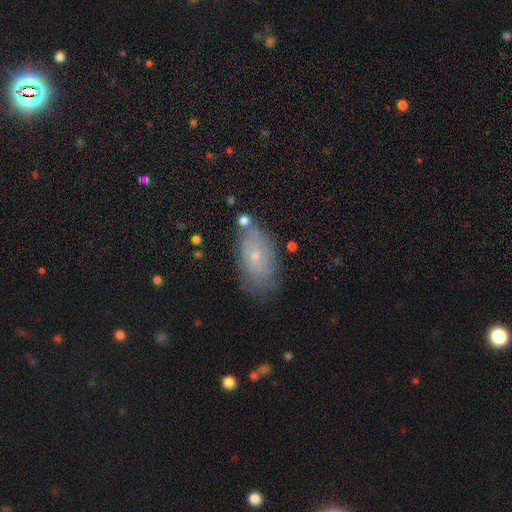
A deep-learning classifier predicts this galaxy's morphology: Smooth or featured?
  - smooth: 49% *
  - featured or disk: 41%
  - star or artifact: 9%
Merging?
  - none: 66% *
  - minor disturbance: 23%
  - major disturbance: 6%
  - merger: 5%